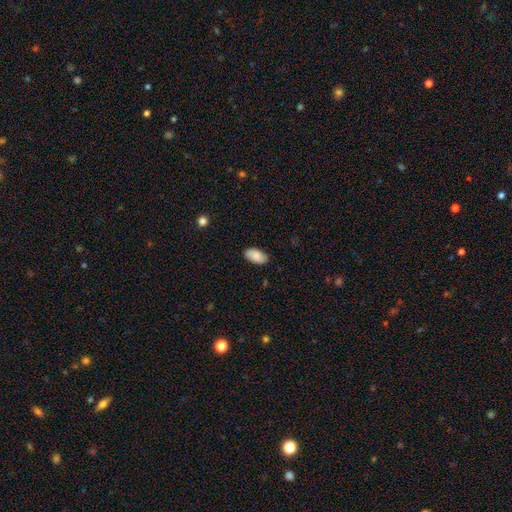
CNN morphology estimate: Smooth or featured: smooth — 86% (featured or disk — 7%)
How rounded: in between — 95% (round — 3%)
Merging: none — 85% (minor disturbance — 12%)